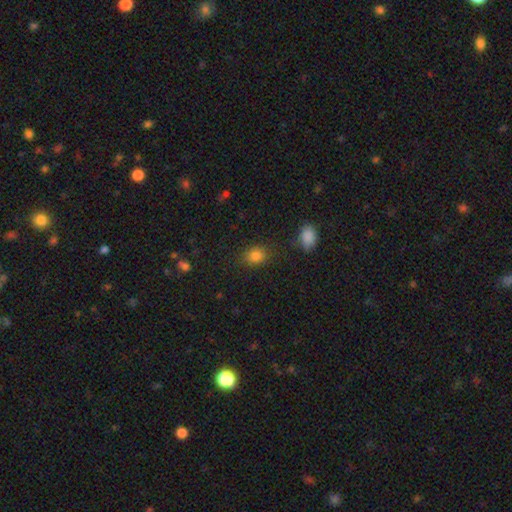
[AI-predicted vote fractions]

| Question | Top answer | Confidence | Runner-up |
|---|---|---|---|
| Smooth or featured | smooth | 83% | star or artifact (12%) |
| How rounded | round | 56% | in between (43%) |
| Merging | none | 81% | minor disturbance (12%) |